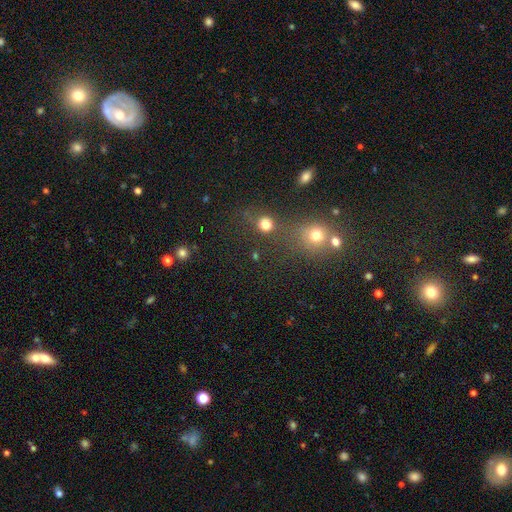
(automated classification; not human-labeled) This appears to be a smooth galaxy with no disk features (57%) that is round (85%). Merging: none (66%).